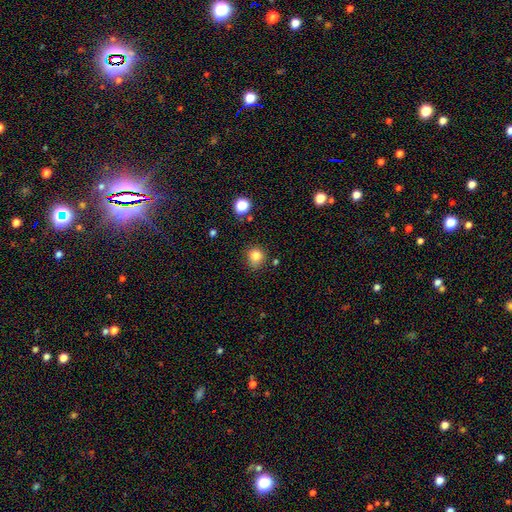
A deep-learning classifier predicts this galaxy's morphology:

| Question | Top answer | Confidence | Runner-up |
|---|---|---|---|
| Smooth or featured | smooth | 82% | star or artifact (12%) |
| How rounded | round | 86% | in between (13%) |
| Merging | none | 78% | minor disturbance (15%) |